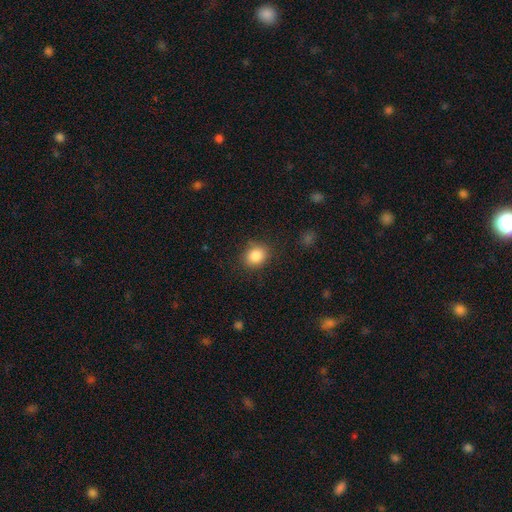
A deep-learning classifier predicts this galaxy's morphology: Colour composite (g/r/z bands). It shows a smooth galaxy with no disk features (85%) that is round (65%). Merging: none (83%).